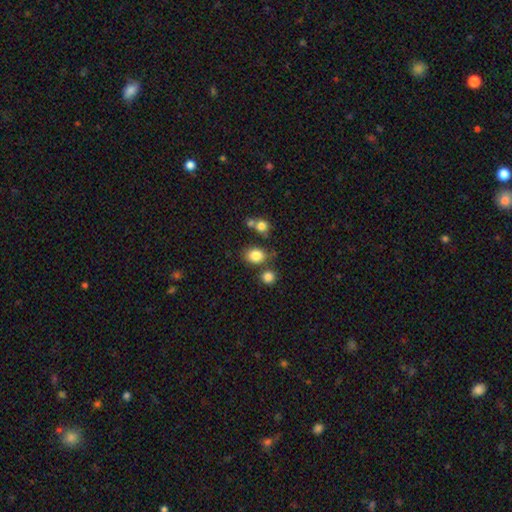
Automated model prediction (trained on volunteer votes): Smooth or featured? smooth (83%)
How rounded? round (51%)
Merging? none (69%)